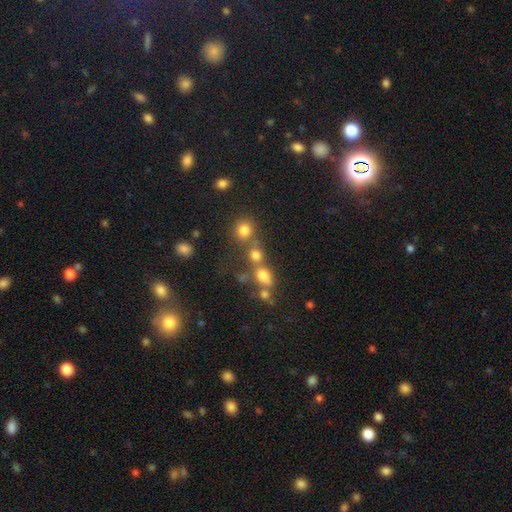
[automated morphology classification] smooth 49%, star or artifact 38%, featured or disk 13%. Down the decision tree: merging — none (53%).